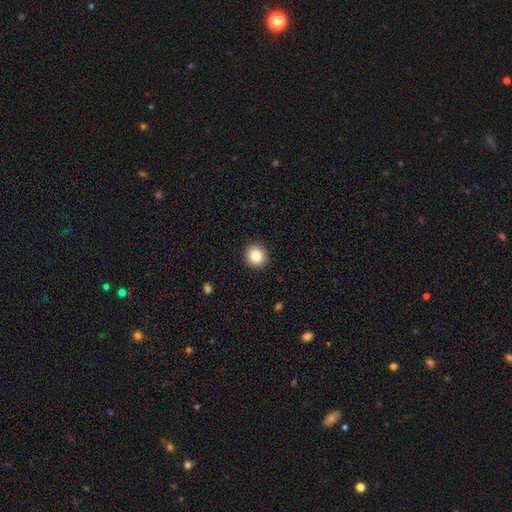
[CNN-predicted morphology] smooth_or_featured: smooth (p=0.84) [alt: star or artifact p=0.10]
how_rounded: round (p=0.93) [alt: in between p=0.06]
merging: none (p=0.92) [alt: minor disturbance p=0.05]